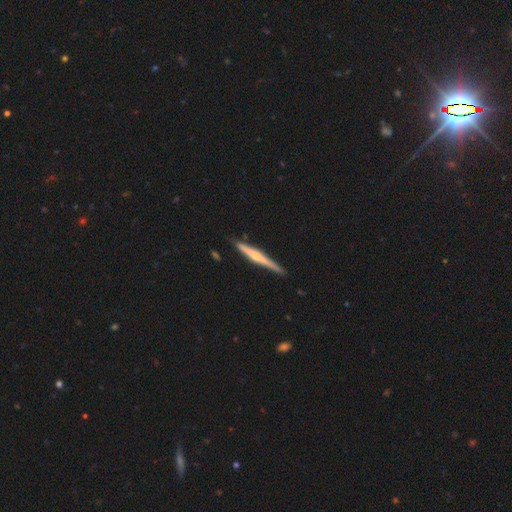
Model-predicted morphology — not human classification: type=featured or disk (66%); edge-on=yes (98%); edge-on bulge=rounded (73%); merging=none (85%).